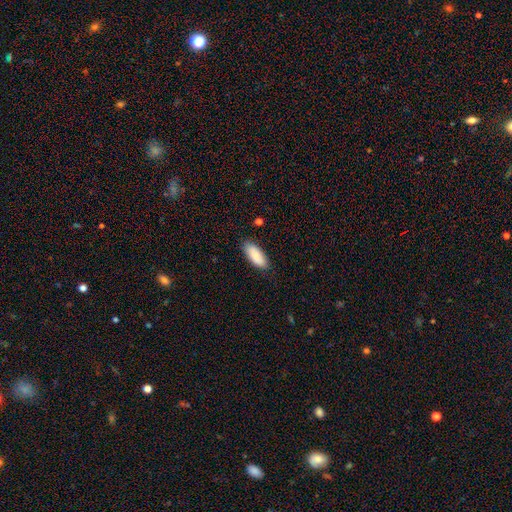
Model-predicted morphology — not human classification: type=smooth (88%); roundness=in between (82%); merging=none (86%).